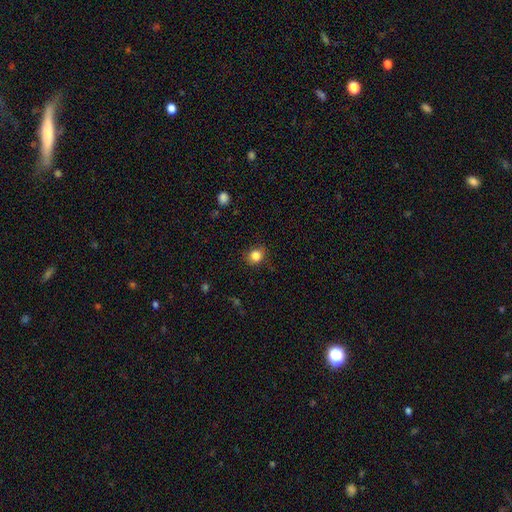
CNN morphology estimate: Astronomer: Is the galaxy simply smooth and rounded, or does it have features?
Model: smooth — 84%.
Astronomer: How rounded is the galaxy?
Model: round — 78%.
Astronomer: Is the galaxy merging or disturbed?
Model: none — 83%.